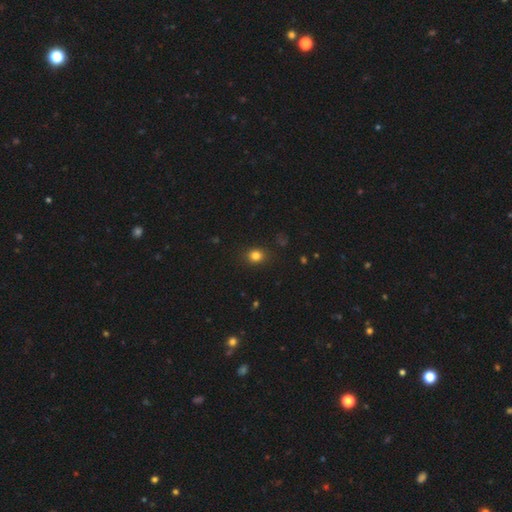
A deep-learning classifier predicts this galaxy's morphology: Smooth or featured: smooth — 81% (star or artifact — 14%)
How rounded: round — 76% (in between — 23%)
Merging: none — 88% (minor disturbance — 8%)